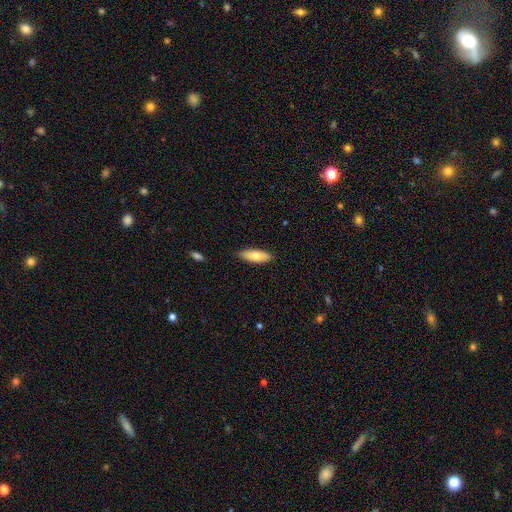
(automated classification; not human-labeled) This appears to be a smooth galaxy with no disk features (73%) that is in between round and cigar-shaped (63%). Merging: none (88%).